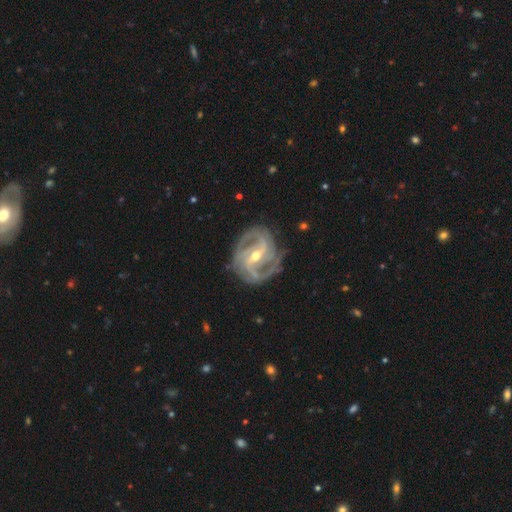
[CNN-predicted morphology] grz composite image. It shows a featured or disk galaxy (92%) with a strong bar (53%), 2 (49%) medium (47%) spiral arms (98%) and a moderate central bulge (53%). Merging: none (78%).